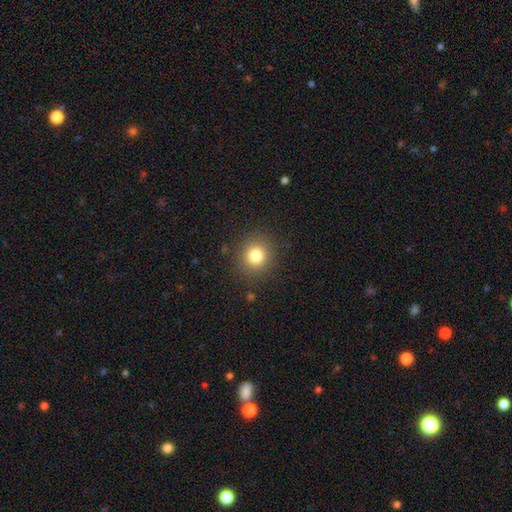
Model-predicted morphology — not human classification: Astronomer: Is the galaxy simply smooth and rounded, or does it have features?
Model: smooth — 80%.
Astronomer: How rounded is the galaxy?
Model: round — 89%.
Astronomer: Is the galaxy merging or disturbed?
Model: none — 88%.